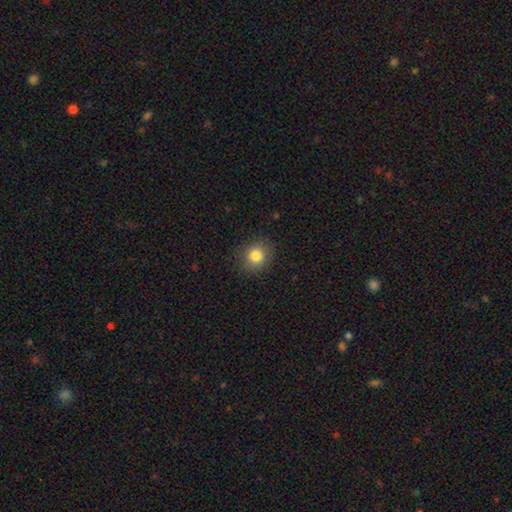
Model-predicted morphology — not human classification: type=smooth (83%); roundness=round (76%); merging=none (87%).